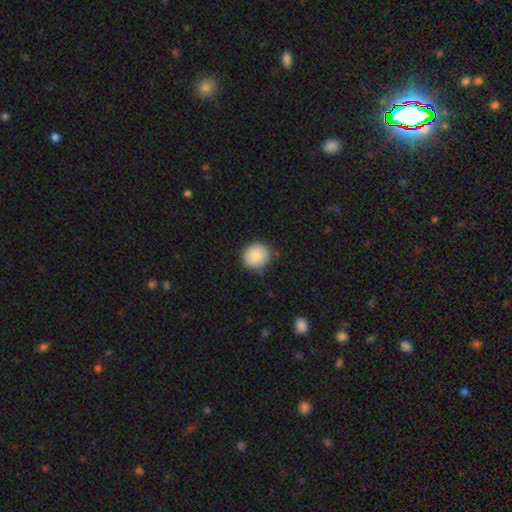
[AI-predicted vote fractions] smooth 88%, star or artifact 8%, featured or disk 5%. Down the decision tree: how rounded — round (87%); merging — none (84%).